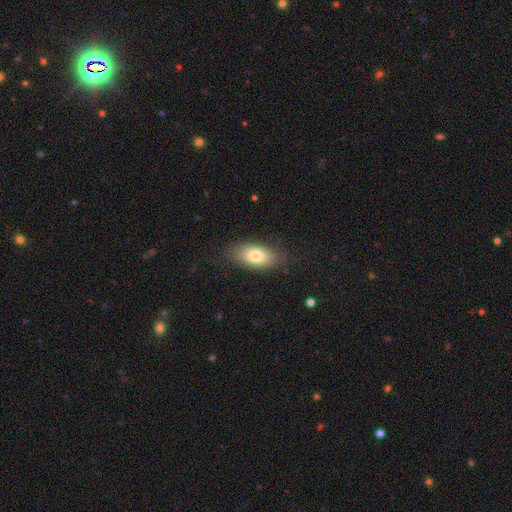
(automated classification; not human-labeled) This is likely a smooth galaxy (77%). How rounded: clearly in between (89%). Merging: clearly none (82%).